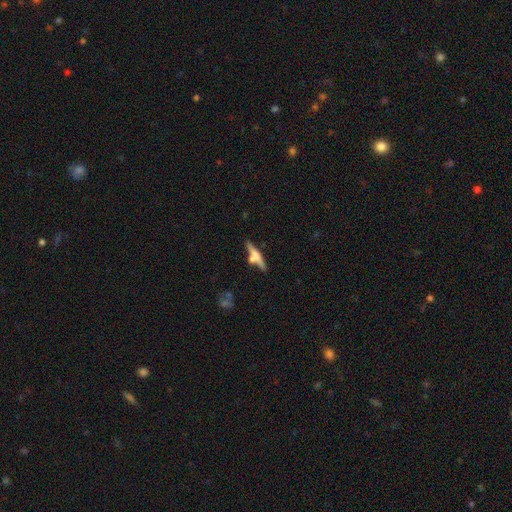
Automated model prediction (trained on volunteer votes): This appears to be a featured or disk galaxy (51%) viewed edge-on (93%). Merging: none (61%).